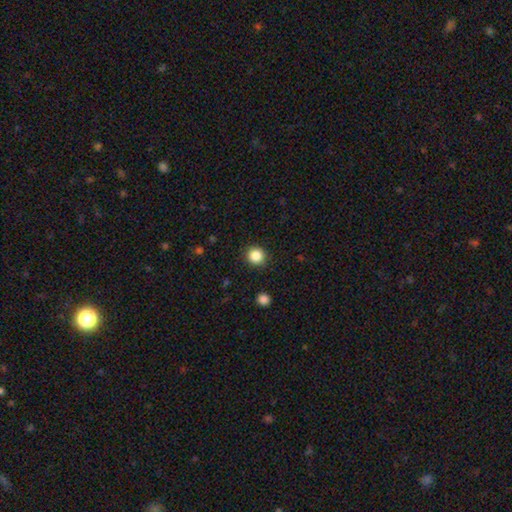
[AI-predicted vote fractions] A smooth galaxy with no disk features (86%) that is round (92%). Merging: none (90%).